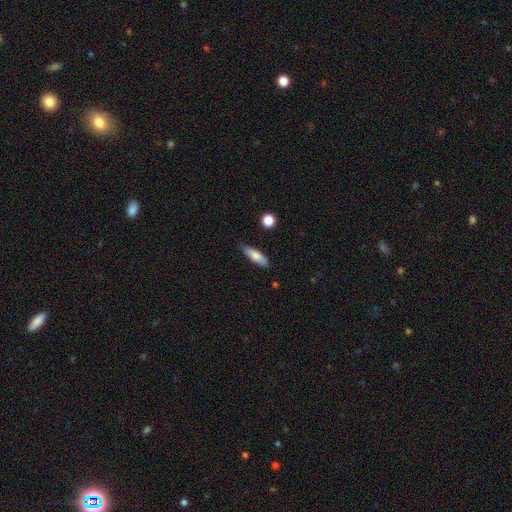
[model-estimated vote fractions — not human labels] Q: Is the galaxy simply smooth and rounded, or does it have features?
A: smooth — 79%.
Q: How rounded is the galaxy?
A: cigar-shaped — 50%.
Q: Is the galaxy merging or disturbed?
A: none — 80%.